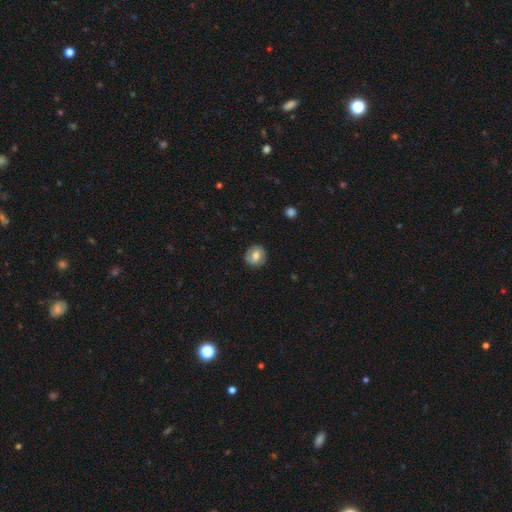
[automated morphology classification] smooth-or-featured: smooth: 51% | featured or disk: 41% | star or artifact: 7%
  how-rounded: round: 83% | in between: 15% | cigar-shaped: 1%
  merging: none: 85% | minor disturbance: 11% | major disturbance: 3% | merger: 1%